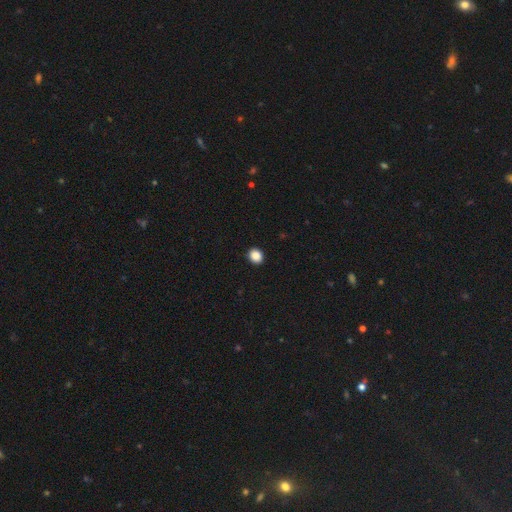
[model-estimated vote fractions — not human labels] Smooth or featured?
  - smooth: 88% *
  - star or artifact: 10%
  - featured or disk: 3%
How rounded?
  - round: 73% *
  - in between: 26%
  - cigar-shaped: 1%
Merging?
  - none: 92% *
  - minor disturbance: 5%
  - major disturbance: 2%
  - merger: 1%